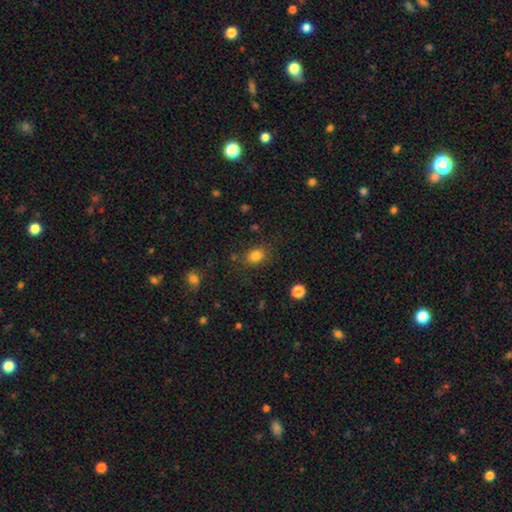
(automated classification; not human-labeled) Q: Smooth or featured?
A: smooth (82%); runner-up: star or artifact (12%)
Q: How rounded?
A: in between (67%); runner-up: round (32%)
Q: Merging?
A: none (79%); runner-up: minor disturbance (13%)